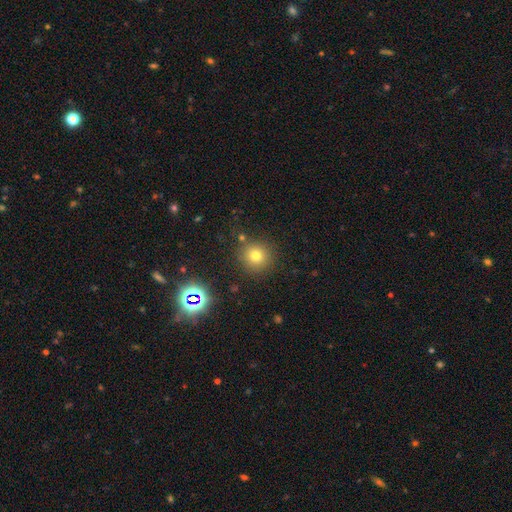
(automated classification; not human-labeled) Smooth or featured? smooth (73%)
How rounded? round (93%)
Merging? none (84%)